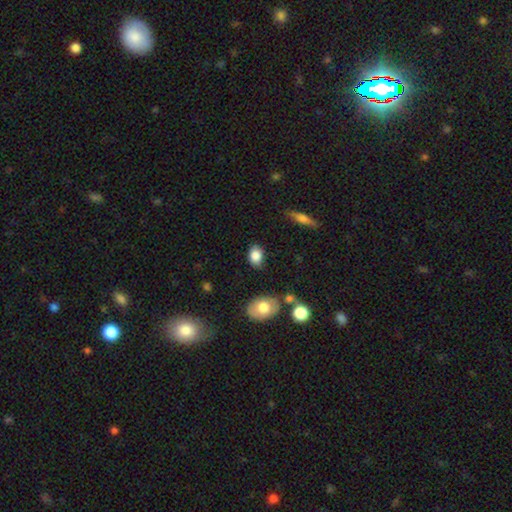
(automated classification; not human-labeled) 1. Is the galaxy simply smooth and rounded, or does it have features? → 83% smooth, 8% star or artifact, 8% featured or disk.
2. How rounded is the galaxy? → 75% in between, 24% round, 2% cigar-shaped.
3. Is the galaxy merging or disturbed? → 76% none, 17% minor disturbance, 4% major disturbance, 3% merger.